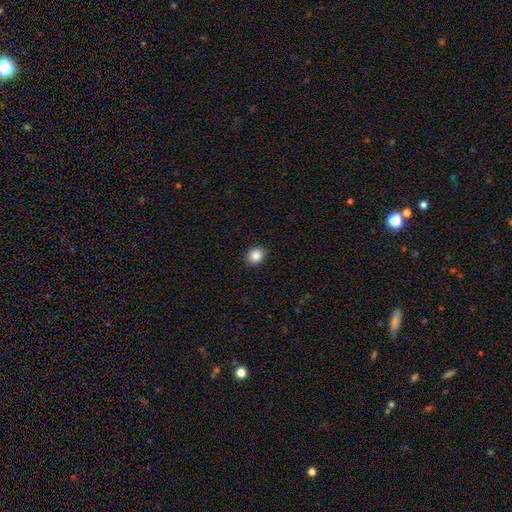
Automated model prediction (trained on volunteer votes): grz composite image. It shows a smooth galaxy with no disk features (86%) that is round (72%). Merging: none (91%).